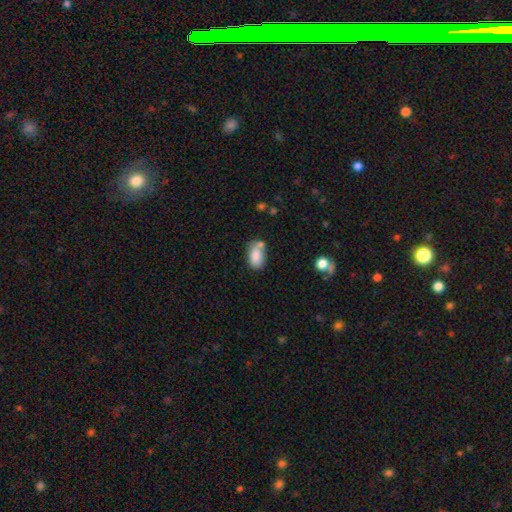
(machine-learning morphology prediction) type=smooth (83%); roundness=in between (90%); merging=none (51%).